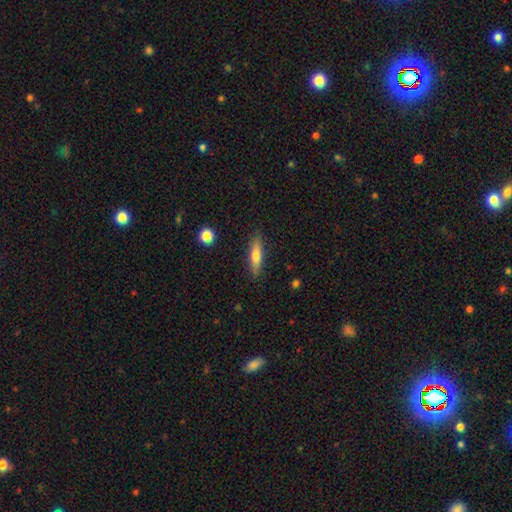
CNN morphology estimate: Overall: smooth (61%; featured or disk 32%). How rounded: cigar-shaped (71%). Merging: none (86%).